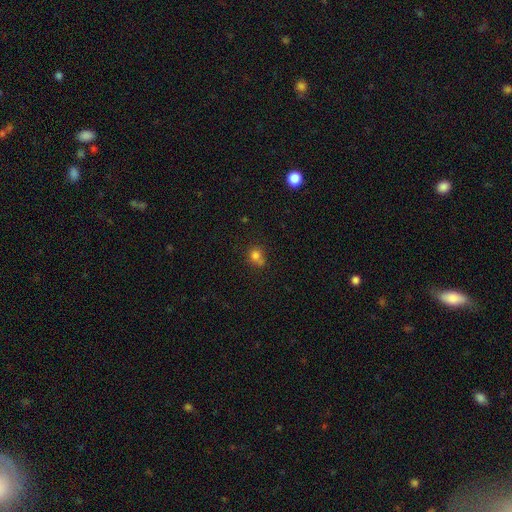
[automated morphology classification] Smooth or featured? Predicted: smooth (p=0.77). How rounded? Predicted: round (p=0.76). Merging? Predicted: none (p=0.51).